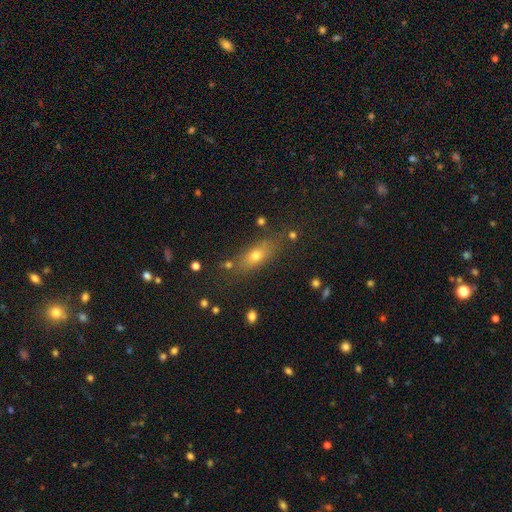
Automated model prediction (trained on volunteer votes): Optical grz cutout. It shows a smooth galaxy with no disk features (65%) that is in between round and cigar-shaped (62%). Merging: none (75%).